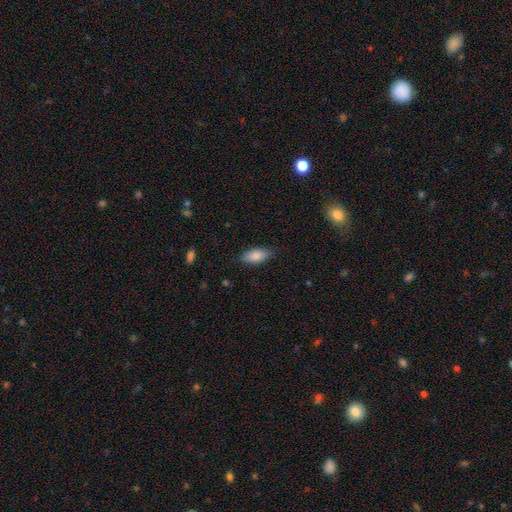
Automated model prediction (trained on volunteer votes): Overall: smooth (84%). How rounded: in between (85%). Merging: none (82%).